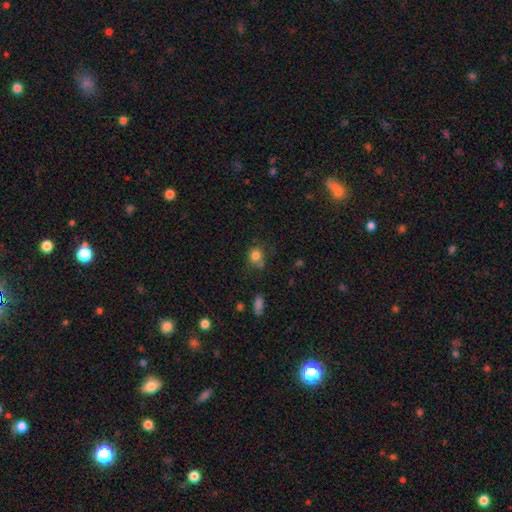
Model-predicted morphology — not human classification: Smooth or featured? Predicted: smooth (p=0.82). How rounded? Predicted: round (p=0.72). Merging? Predicted: none (p=0.59).